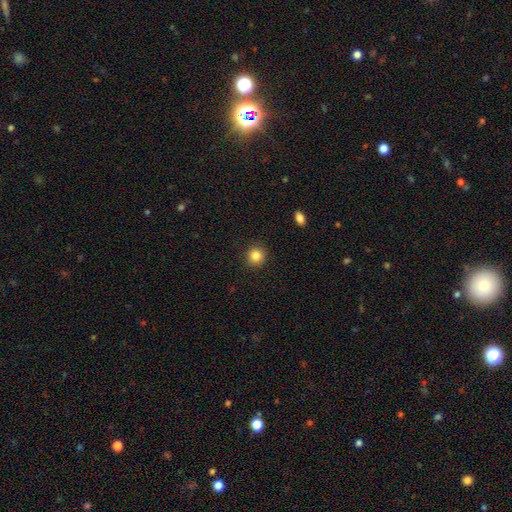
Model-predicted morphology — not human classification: Overall: smooth (84%). How rounded: round (93%). Merging: none (91%).